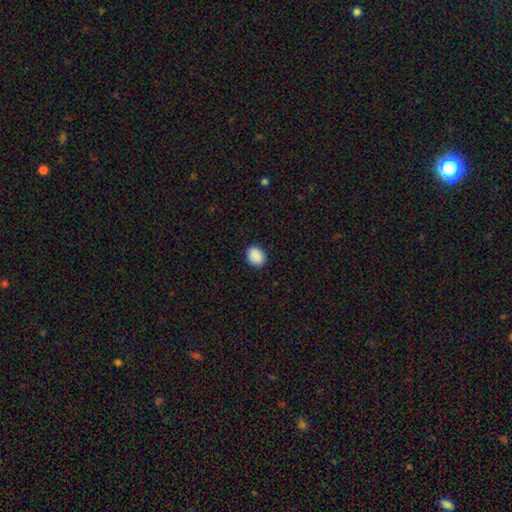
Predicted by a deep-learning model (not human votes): A smooth galaxy with no disk features (90%) that is in between round and cigar-shaped (54%).

Vote fractions:
- Smooth or featured? smooth: 90% / star or artifact: 8% / featured or disk: 3%
- How rounded? in between: 54% / round: 45% / cigar-shaped: 1%
- Merging? none: 88% / minor disturbance: 9% / major disturbance: 2% / merger: 1%